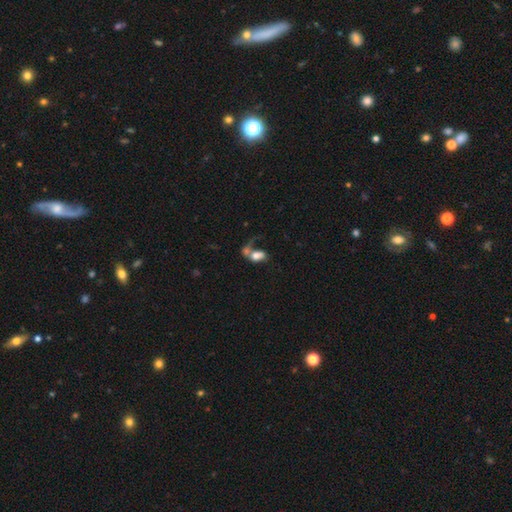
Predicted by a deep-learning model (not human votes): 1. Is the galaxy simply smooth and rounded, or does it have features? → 61% smooth, 30% featured or disk, 9% star or artifact.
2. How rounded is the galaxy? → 79% in between, 17% round, 4% cigar-shaped.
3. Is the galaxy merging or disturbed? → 55% merger, 21% major disturbance, 16% none, 8% minor disturbance.